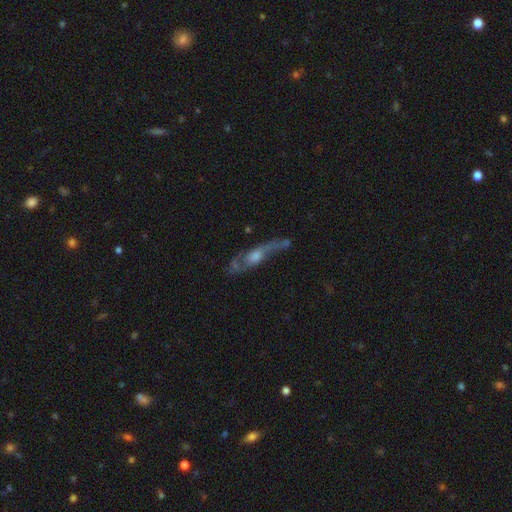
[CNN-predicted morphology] A featured or disk galaxy (71%). Merging: none (49%).